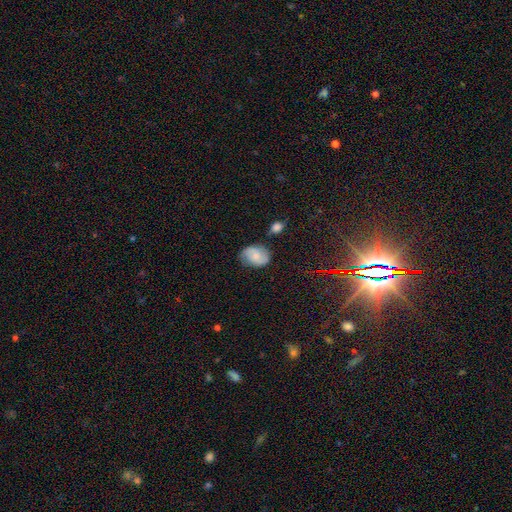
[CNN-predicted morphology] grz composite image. It shows a smooth galaxy with no disk features (56%) that is in between round and cigar-shaped (71%). Merging: none (65%).